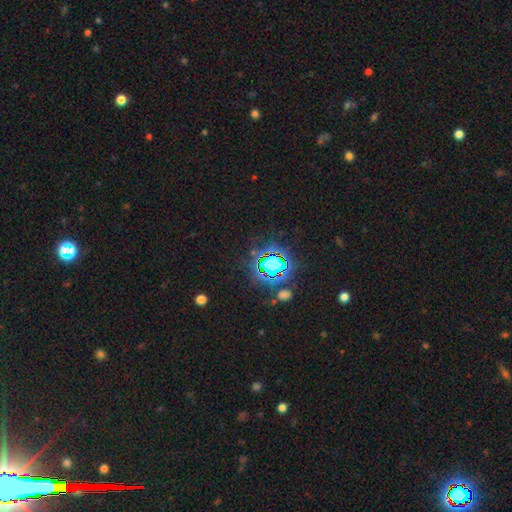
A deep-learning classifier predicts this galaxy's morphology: A star or artifact, not a galaxy (81%).

Vote fractions:
- Smooth or featured? star or artifact: 81% / smooth: 12% / featured or disk: 7%